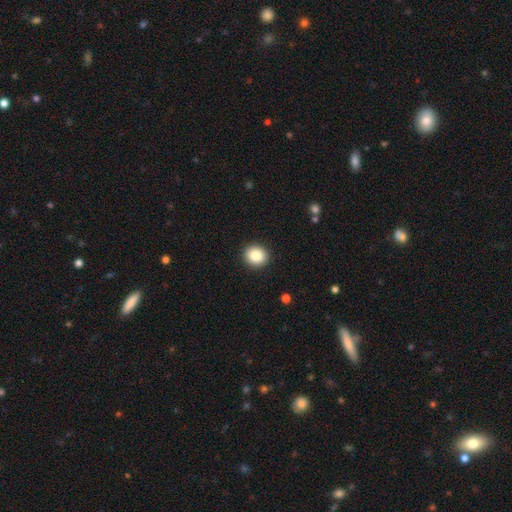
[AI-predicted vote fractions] A smooth galaxy with no disk features (86%) that is round (83%). Merging: none (92%).